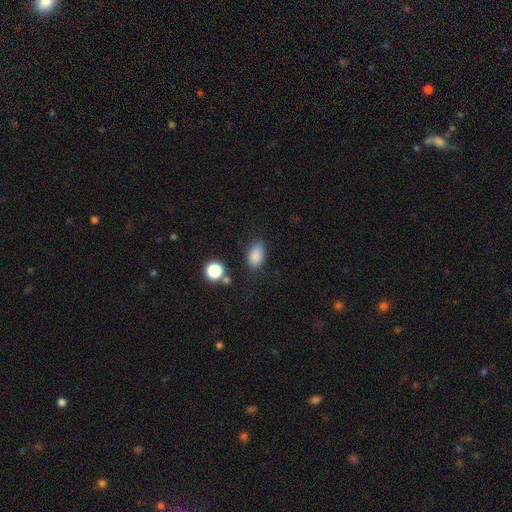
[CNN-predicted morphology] smooth-or-featured: smooth: 84% | star or artifact: 11% | featured or disk: 6%
  how-rounded: in between: 87% | round: 10% | cigar-shaped: 3%
  merging: none: 70% | minor disturbance: 21% | major disturbance: 6% | merger: 3%